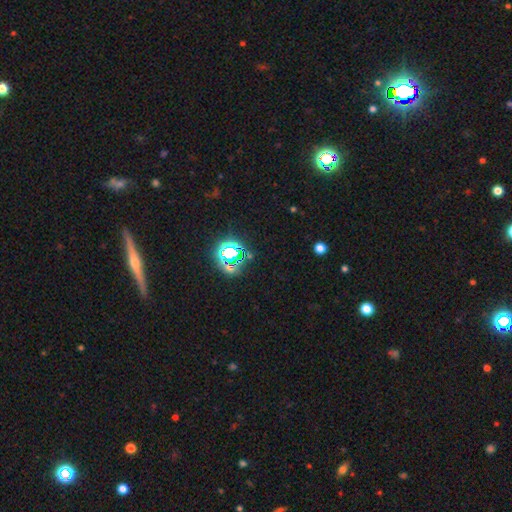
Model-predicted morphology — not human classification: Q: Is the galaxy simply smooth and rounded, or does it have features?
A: star or artifact — 57%.